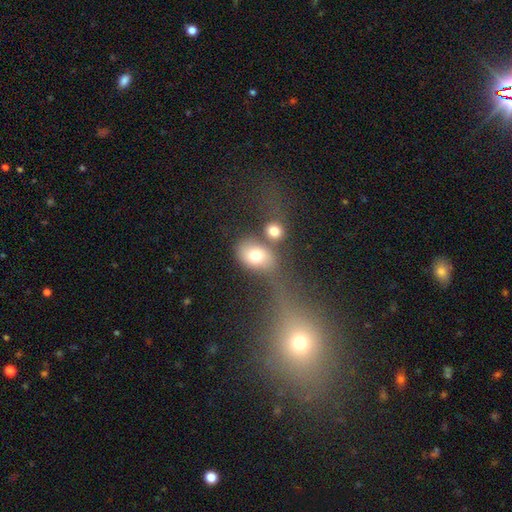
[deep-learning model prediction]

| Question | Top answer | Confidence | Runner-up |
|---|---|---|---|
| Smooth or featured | smooth | 74% | featured or disk (15%) |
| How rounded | in between | 60% | round (38%) |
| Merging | none | 41% | merger (34%) |